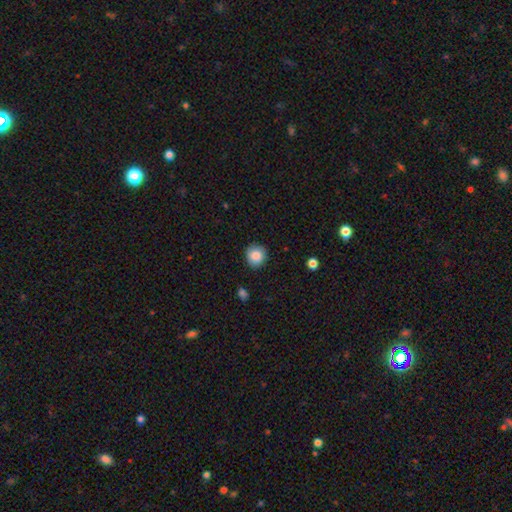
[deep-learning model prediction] A smooth galaxy with no disk features (86%) that is round (90%).

Vote fractions:
- Smooth or featured? smooth: 86% / star or artifact: 9% / featured or disk: 5%
- How rounded? round: 90% / in between: 9% / cigar-shaped: 1%
- Merging? none: 87% / minor disturbance: 9% / major disturbance: 2% / merger: 1%